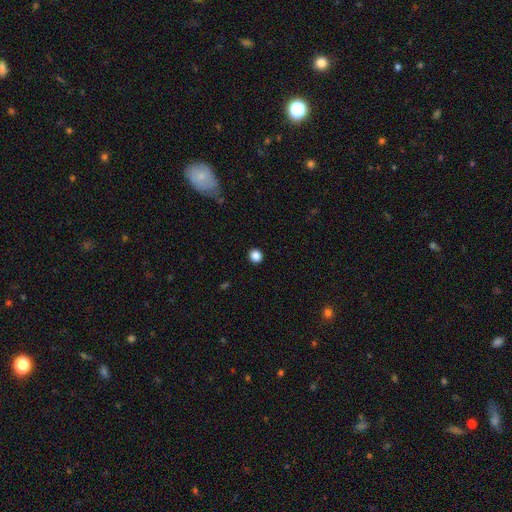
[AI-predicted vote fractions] Smooth or featured? Predicted: smooth (p=0.87). How rounded? Predicted: round (p=0.89). Merging? Predicted: none (p=0.93).